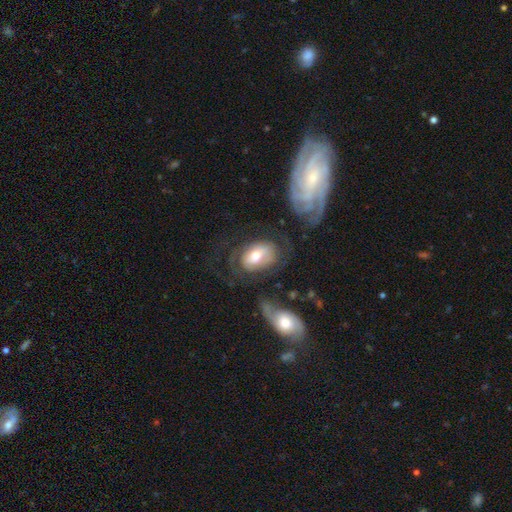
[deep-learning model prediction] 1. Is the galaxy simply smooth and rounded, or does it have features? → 51% featured or disk, 42% smooth, 7% star or artifact.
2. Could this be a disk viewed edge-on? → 94% no, 6% yes.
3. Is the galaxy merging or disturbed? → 53% none, 21% major disturbance, 20% minor disturbance, 7% merger.